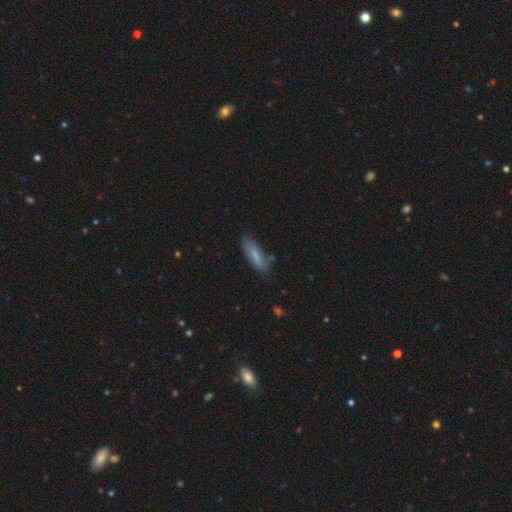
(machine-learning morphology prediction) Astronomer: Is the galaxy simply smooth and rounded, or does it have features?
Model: smooth — 77%.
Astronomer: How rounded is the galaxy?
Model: cigar-shaped — 50% (runner-up: in between, 48%).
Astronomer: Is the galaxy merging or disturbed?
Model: none — 73%.